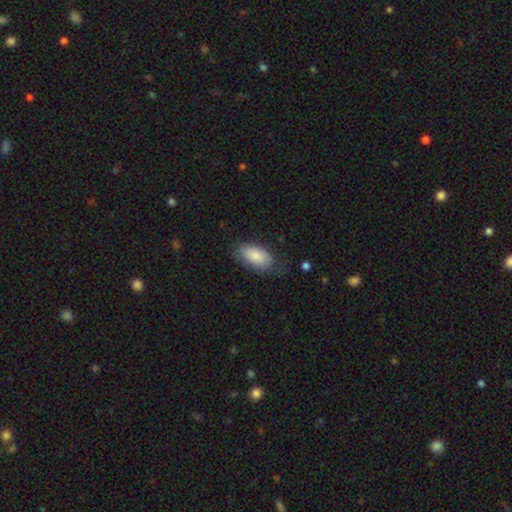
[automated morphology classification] Smooth or featured? Predicted: smooth (p=0.83). How rounded? Predicted: in between (p=0.93). Merging? Predicted: none (p=0.63).